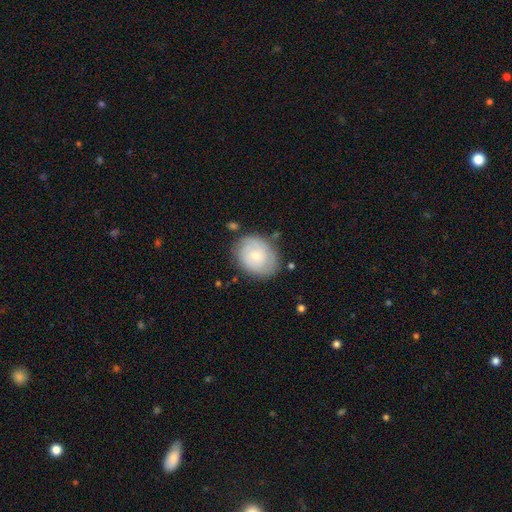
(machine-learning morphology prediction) smooth-or-featured: featured or disk: 49% | smooth: 45% | star or artifact: 7%
  merging: none: 77% | minor disturbance: 17% | major disturbance: 5% | merger: 2%